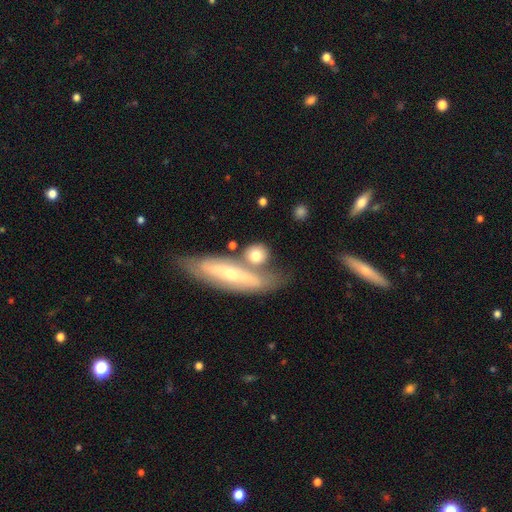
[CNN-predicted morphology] The model was most divided on "merging": none: 48%, merger: 31%, minor disturbance: 15%, major disturbance: 6%. More confident: smooth or featured — smooth (65%); how rounded — round (56%).